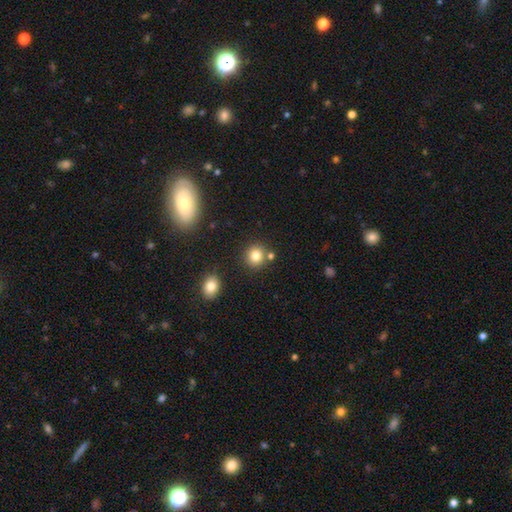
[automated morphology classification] smooth_or_featured: smooth (p=0.81) [alt: star or artifact p=0.12]
how_rounded: round (p=0.88) [alt: in between p=0.12]
merging: none (p=0.79) [alt: merger p=0.11]